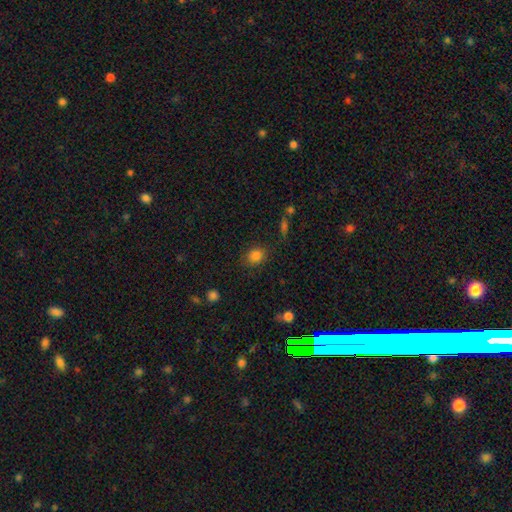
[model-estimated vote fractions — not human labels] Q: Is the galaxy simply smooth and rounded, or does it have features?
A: smooth — 83%.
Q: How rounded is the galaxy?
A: round — 63%.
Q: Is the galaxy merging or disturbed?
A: none — 80%.